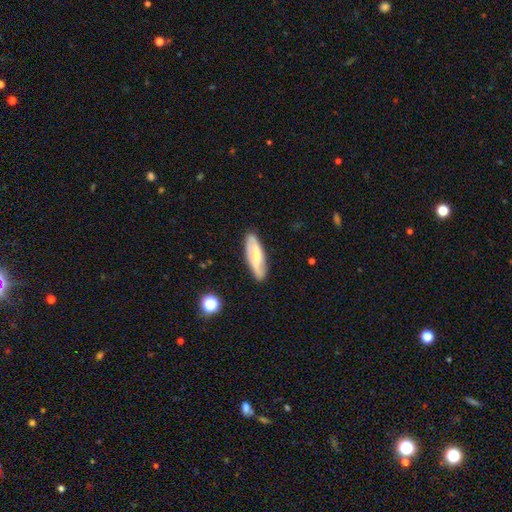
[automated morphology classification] This is possibly a featured or disk galaxy (60%). It is clearly not viewed edge-on (81%). Merging: clearly none (84%).